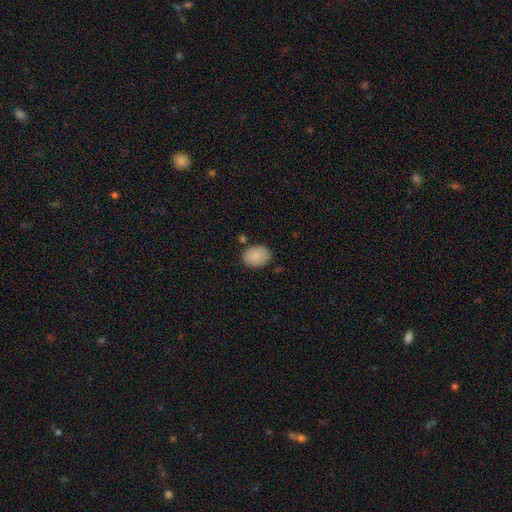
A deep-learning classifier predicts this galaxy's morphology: The model was most divided on "how rounded": in between: 79%, round: 20%, cigar-shaped: 1%. More confident: smooth or featured — smooth (87%); merging — none (79%).